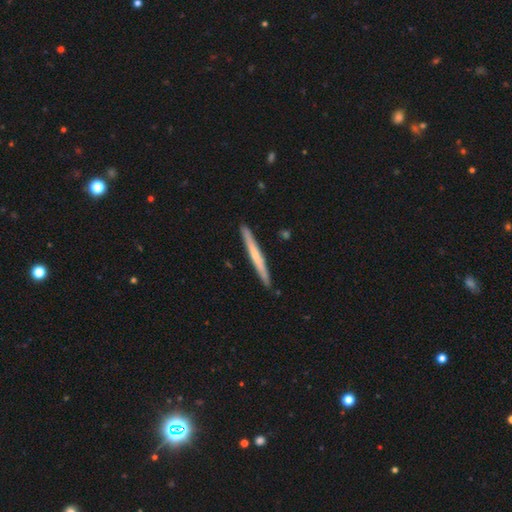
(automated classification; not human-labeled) smooth_or_featured: smooth (p=0.48) [alt: featured or disk p=0.47]
merging: none (p=0.90) [alt: minor disturbance p=0.07]